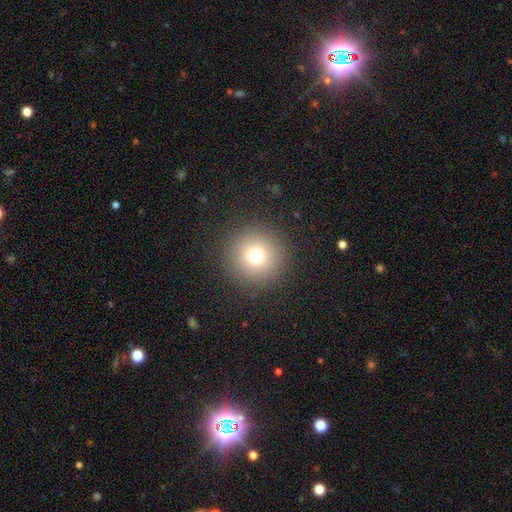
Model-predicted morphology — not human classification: A smooth galaxy with no disk features (73%) that is round (96%).

Vote fractions:
- Smooth or featured? smooth: 73% / star or artifact: 17% / featured or disk: 10%
- How rounded? round: 96% / in between: 3% / cigar-shaped: 1%
- Merging? none: 91% / minor disturbance: 5% / major disturbance: 3% / merger: 1%